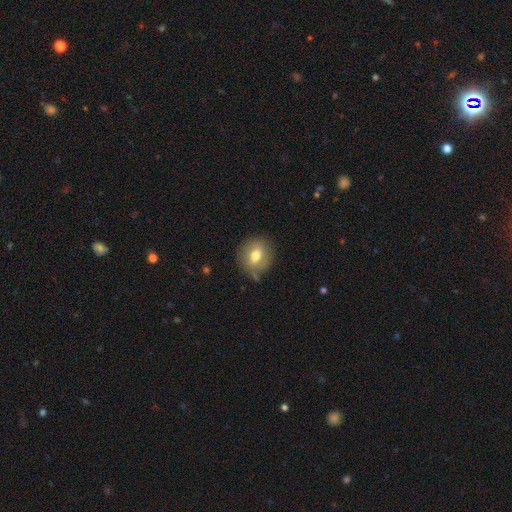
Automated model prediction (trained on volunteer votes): A smooth galaxy with no disk features (70%) that is round (80%). Merging: none (75%).